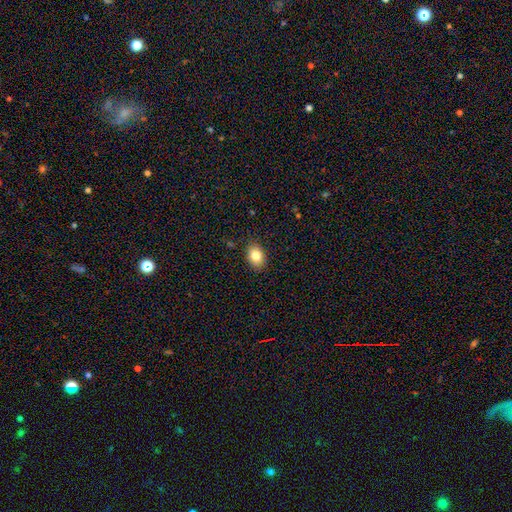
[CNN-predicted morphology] Smooth or featured?
  - smooth: 84% *
  - star or artifact: 9%
  - featured or disk: 7%
How rounded?
  - in between: 70% *
  - round: 29%
  - cigar-shaped: 1%
Merging?
  - none: 87% *
  - minor disturbance: 10%
  - major disturbance: 2%
  - merger: 1%